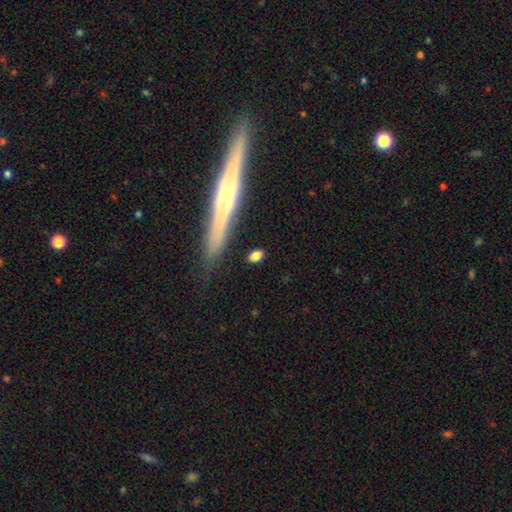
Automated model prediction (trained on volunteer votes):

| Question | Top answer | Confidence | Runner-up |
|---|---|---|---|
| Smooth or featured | smooth | 81% | featured or disk (10%) |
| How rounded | in between | 78% | round (13%) |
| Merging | none | 83% | minor disturbance (10%) |